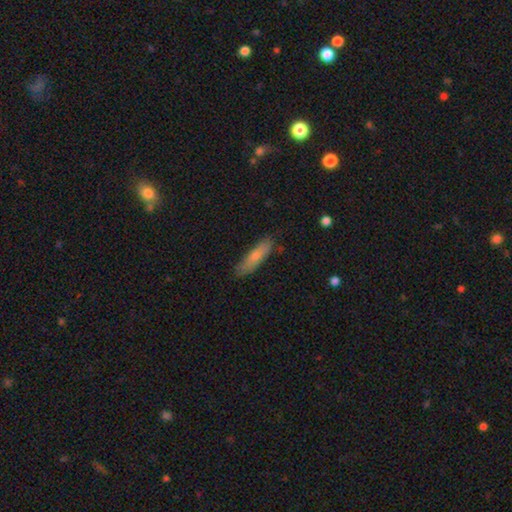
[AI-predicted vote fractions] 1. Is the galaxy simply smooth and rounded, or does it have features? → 72% smooth, 23% featured or disk, 6% star or artifact.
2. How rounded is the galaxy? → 67% cigar-shaped, 31% in between, 2% round.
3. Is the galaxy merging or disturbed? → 81% none, 15% minor disturbance, 3% major disturbance, 1% merger.